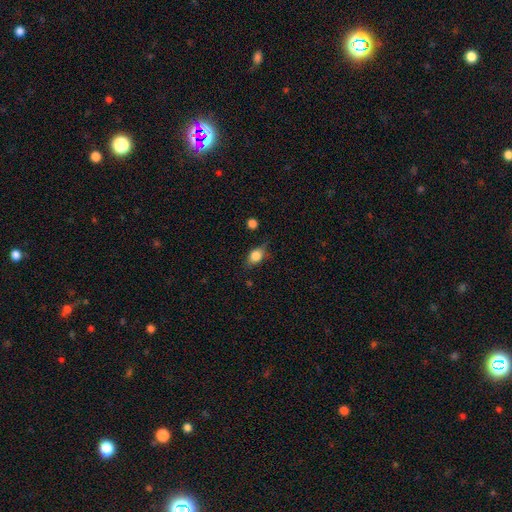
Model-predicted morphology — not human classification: Overall: smooth (75%). How rounded: in between (71%). Merging: none (67%).